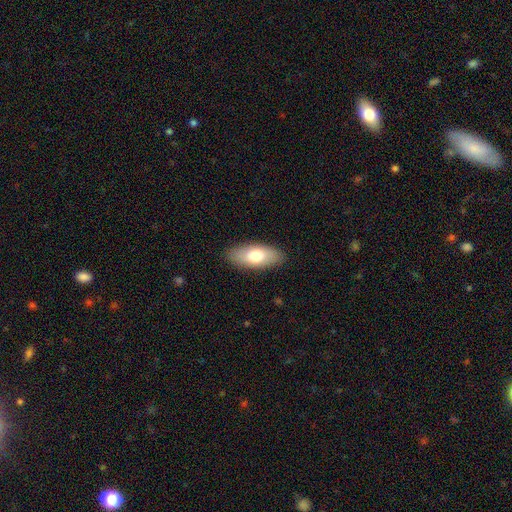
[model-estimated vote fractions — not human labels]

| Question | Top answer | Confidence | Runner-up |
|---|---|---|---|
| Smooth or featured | smooth | 73% | featured or disk (21%) |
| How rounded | in between | 84% | cigar-shaped (13%) |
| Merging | none | 88% | minor disturbance (9%) |